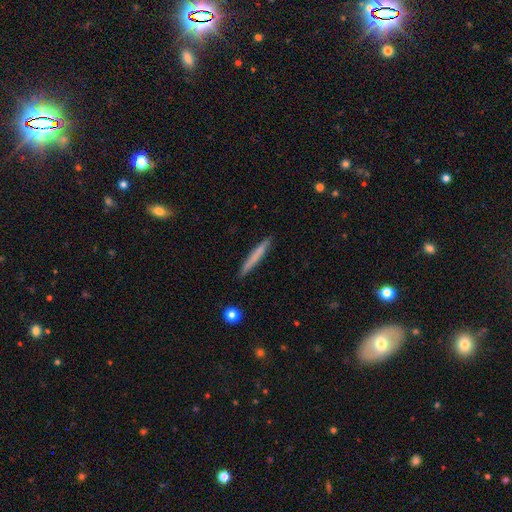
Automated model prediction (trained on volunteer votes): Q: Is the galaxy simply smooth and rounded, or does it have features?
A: smooth — 67%.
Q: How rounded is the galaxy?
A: cigar-shaped — 97%.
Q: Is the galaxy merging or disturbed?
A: none — 90%.